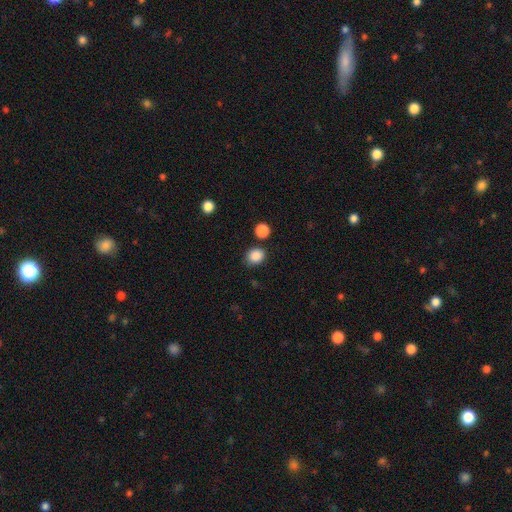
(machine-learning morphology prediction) Smooth or featured? smooth (87%)
How rounded? round (65%)
Merging? none (80%)